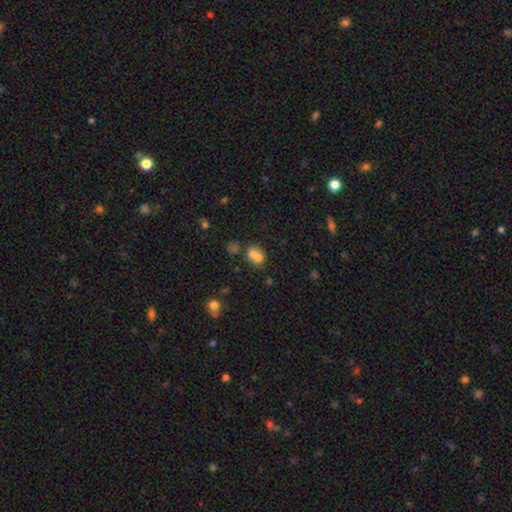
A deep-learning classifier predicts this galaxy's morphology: smooth 72%, featured or disk 15%, star or artifact 13%. Down the decision tree: how rounded — round (54%); merging — merger (58%).